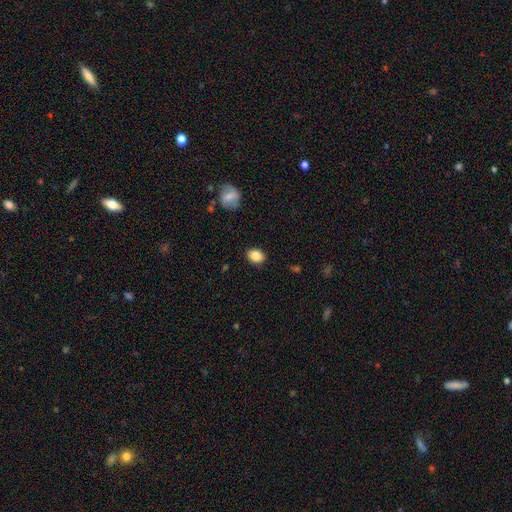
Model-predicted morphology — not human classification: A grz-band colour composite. It shows a smooth galaxy with no disk features (84%) that is in between round and cigar-shaped (62%). Merging: none (88%).